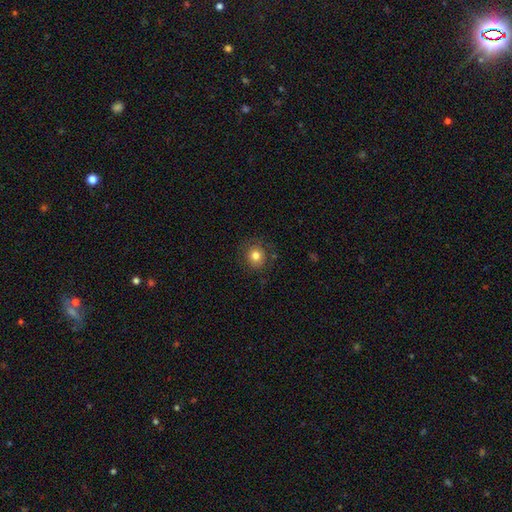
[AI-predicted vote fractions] Smooth or featured?
  - smooth: 79% *
  - star or artifact: 11%
  - featured or disk: 10%
How rounded?
  - round: 90% *
  - in between: 9%
  - cigar-shaped: 1%
Merging?
  - none: 84% *
  - minor disturbance: 11%
  - major disturbance: 4%
  - merger: 1%